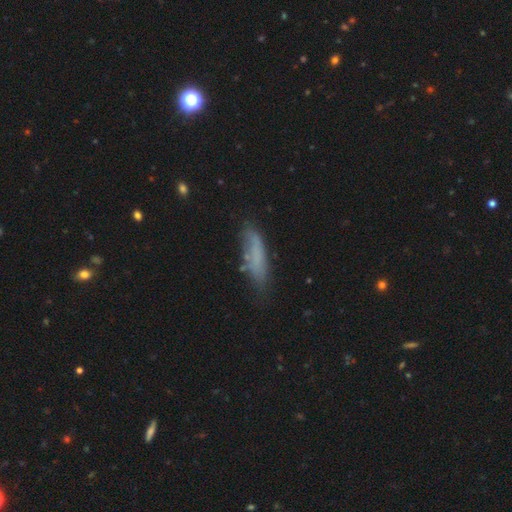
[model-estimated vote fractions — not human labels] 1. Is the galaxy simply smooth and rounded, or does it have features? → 67% smooth, 23% featured or disk, 10% star or artifact.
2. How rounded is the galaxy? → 64% cigar-shaped, 34% in between, 2% round.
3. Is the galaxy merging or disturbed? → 62% none, 25% minor disturbance, 9% major disturbance, 4% merger.